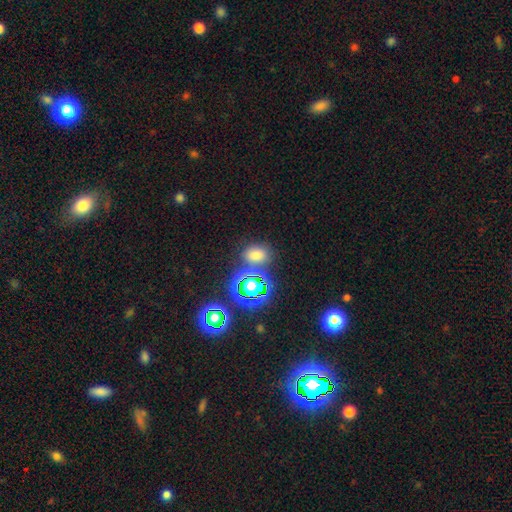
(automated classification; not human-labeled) This appears to be a smooth galaxy with no disk features (62%) that is in between round and cigar-shaped (65%). Merging: none (70%).